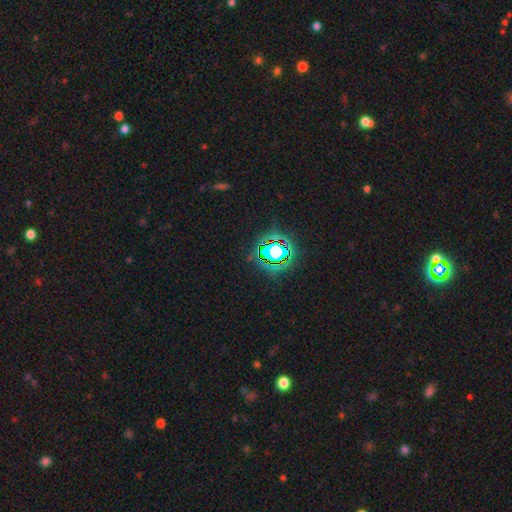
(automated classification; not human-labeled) A star or artifact, not a galaxy (79%).